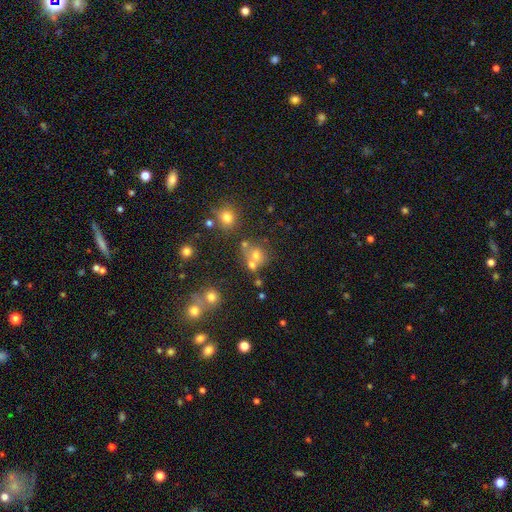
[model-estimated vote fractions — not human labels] This is likely a smooth galaxy (62%). How rounded: likely round (74%). Merging: marginally none (43%).